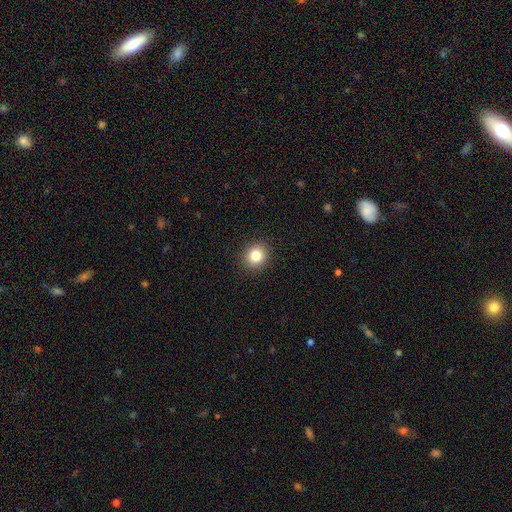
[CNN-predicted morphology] Q: Smooth or featured?
A: smooth (82%); runner-up: star or artifact (11%)
Q: How rounded?
A: round (83%); runner-up: in between (16%)
Q: Merging?
A: none (92%); runner-up: minor disturbance (6%)